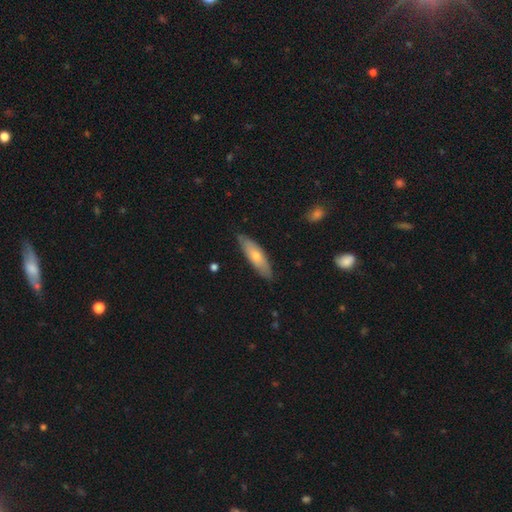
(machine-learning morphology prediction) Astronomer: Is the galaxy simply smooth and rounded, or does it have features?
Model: smooth — 58% (runner-up: featured or disk, 36%).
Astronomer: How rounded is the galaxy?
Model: cigar-shaped — 60% (runner-up: in between, 38%).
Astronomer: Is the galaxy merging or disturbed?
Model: none — 84%.